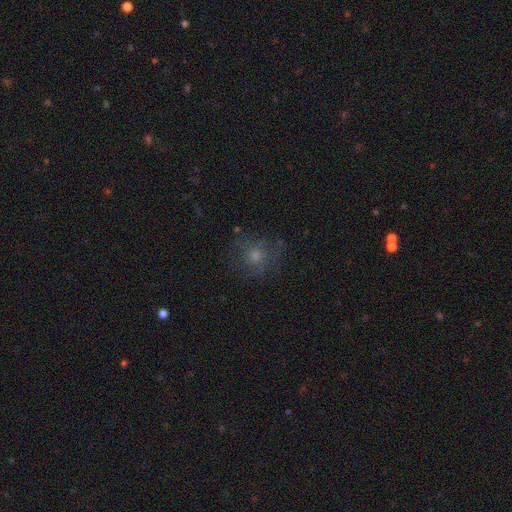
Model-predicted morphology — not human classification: Smooth or featured? smooth (54%)
How rounded? round (82%)
Merging? none (67%)